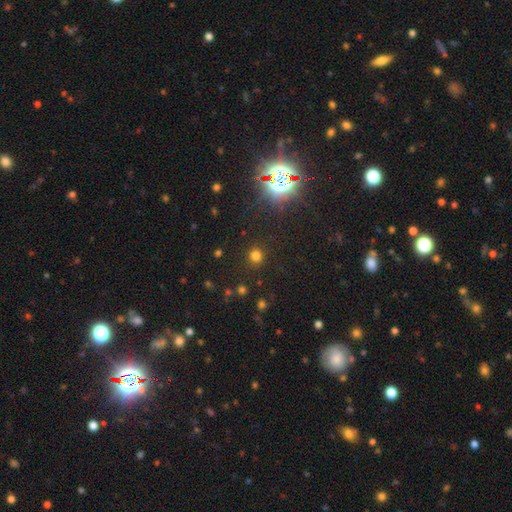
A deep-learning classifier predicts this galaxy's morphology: A smooth galaxy with no disk features (73%) that is round (90%). Merging: none (89%).